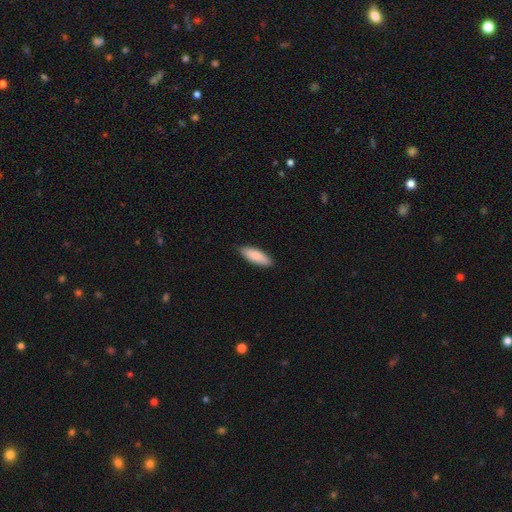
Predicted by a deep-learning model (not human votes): Smooth or featured? Predicted: smooth (p=0.87). How rounded? Predicted: in between (p=0.60). Merging? Predicted: none (p=0.86).